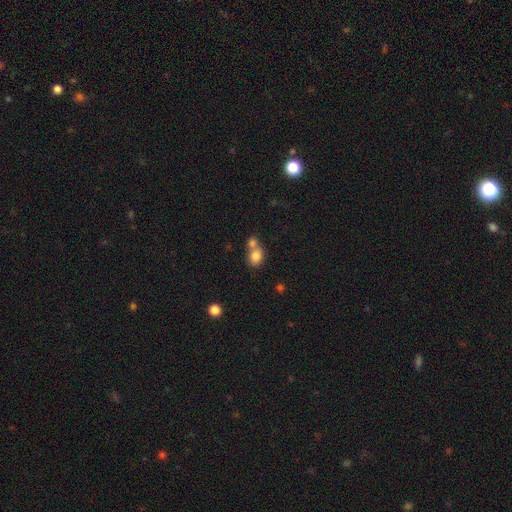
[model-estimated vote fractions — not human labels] smooth-or-featured: smooth: 81% | star or artifact: 10% | featured or disk: 9%
  how-rounded: round: 50% | in between: 49% | cigar-shaped: 1%
  merging: merger: 50% | none: 38% | minor disturbance: 8% | major disturbance: 3%